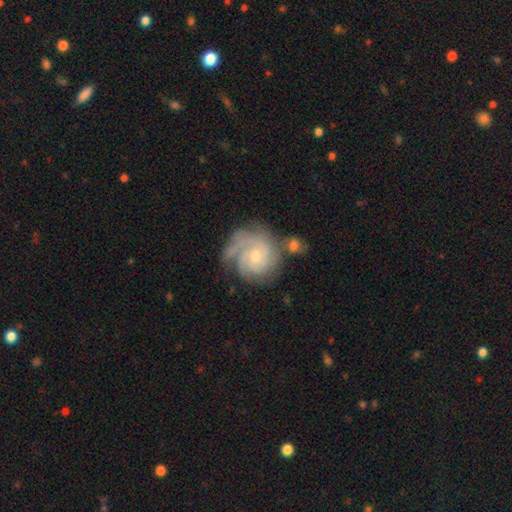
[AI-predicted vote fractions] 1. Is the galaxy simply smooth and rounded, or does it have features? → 83% featured or disk, 11% smooth, 6% star or artifact.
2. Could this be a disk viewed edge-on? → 98% no, 2% yes.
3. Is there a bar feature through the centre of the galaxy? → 72% no, 24% weak, 4% strong.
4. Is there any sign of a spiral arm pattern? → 96% yes, 4% no.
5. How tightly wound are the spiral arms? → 70% tight, 24% medium, 6% loose.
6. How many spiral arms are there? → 29% can't tell, 28% 3, 19% 2, 10% 4, 9% 1, 5% more than 4.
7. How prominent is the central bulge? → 60% small, 37% moderate, 1% large, 1% none, 1% dominant.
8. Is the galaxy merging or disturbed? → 59% none, 20% minor disturbance, 11% major disturbance, 10% merger.